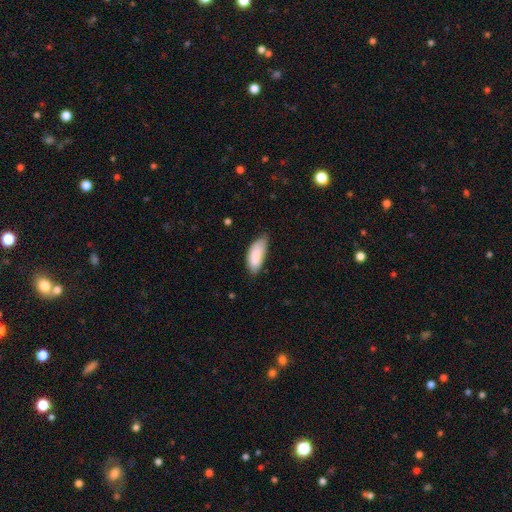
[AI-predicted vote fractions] smooth-or-featured: smooth: 84% | featured or disk: 10% | star or artifact: 6%
  how-rounded: in between: 85% | cigar-shaped: 13% | round: 2%
  merging: none: 59% | minor disturbance: 35% | major disturbance: 5% | merger: 2%